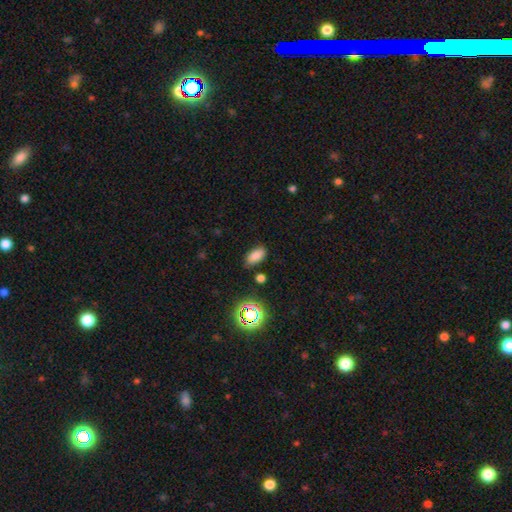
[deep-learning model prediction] Morphology: type=smooth (79%); roundness=in between (89%); merging=none (81%).